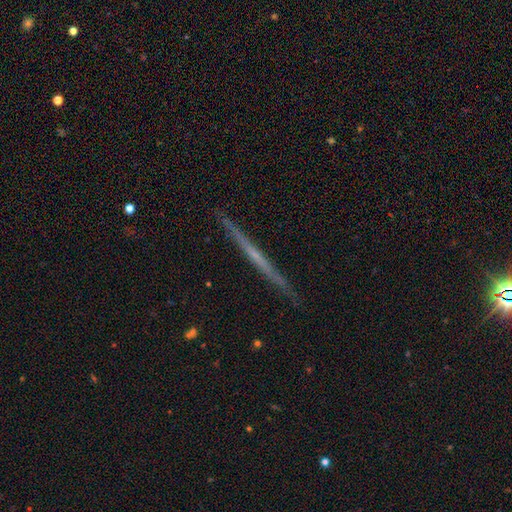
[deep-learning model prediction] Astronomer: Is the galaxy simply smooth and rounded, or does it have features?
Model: featured or disk — 65%.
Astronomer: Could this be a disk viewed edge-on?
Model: yes — 98%.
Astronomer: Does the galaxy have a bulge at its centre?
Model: none — 82%.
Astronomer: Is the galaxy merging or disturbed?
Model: none — 91%.